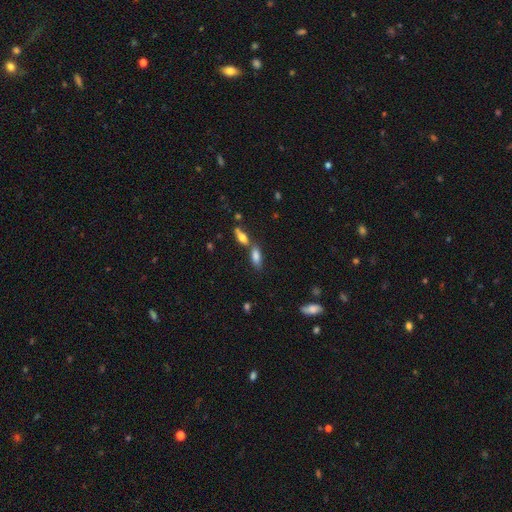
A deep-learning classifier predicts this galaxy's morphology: Smooth or featured? Predicted: smooth (p=0.78). How rounded? Predicted: in between (p=0.74). Merging? Predicted: none (p=0.51).